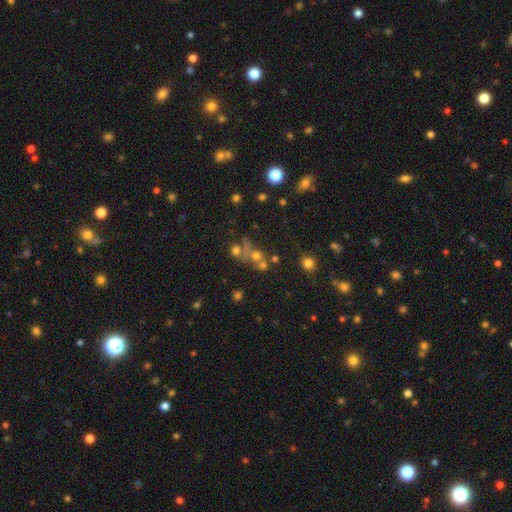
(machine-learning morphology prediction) smooth 40% (tied), star or artifact 40% (tied), featured or disk 20%. Down the decision tree: merging — none (47%).